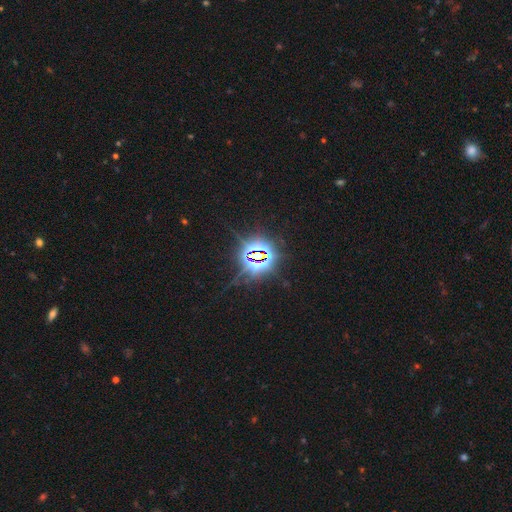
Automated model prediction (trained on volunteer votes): Overall: star or artifact (85%).